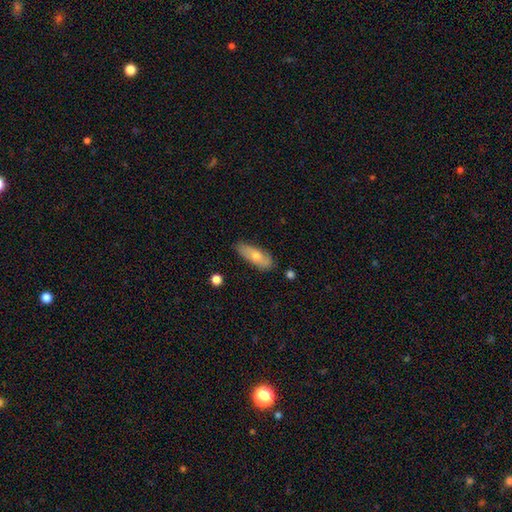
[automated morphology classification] This appears to be a smooth galaxy with no disk features (63%) that is in between round and cigar-shaped (62%). Merging: none (82%).